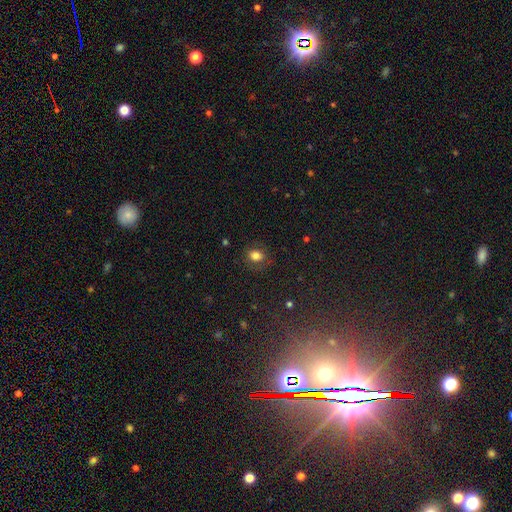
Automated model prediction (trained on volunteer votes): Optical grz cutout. It shows a smooth galaxy with no disk features (79%) that is in between round and cigar-shaped (52%). Merging: none (82%).